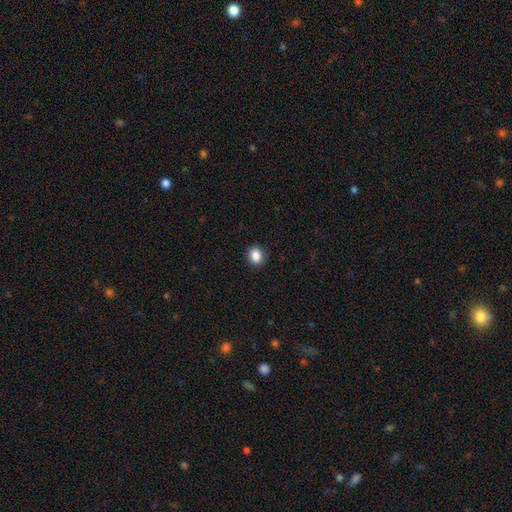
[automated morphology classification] Smooth or featured: smooth — 88% (star or artifact — 9%)
How rounded: round — 55% (in between — 44%)
Merging: none — 90% (minor disturbance — 7%)